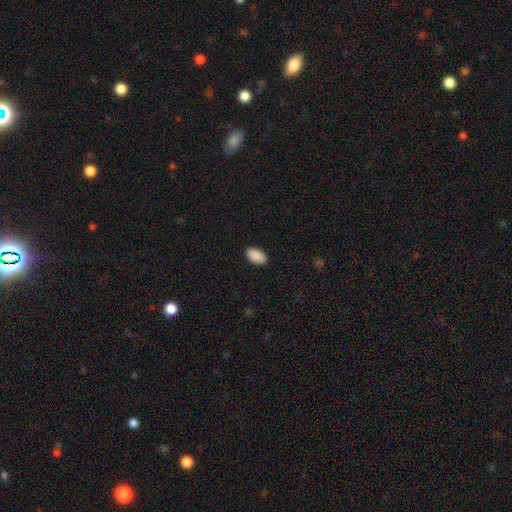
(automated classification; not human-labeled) A smooth galaxy with no disk features (91%) that is in between round and cigar-shaped (95%).

Vote fractions:
- Smooth or featured? smooth: 91% / star or artifact: 7% / featured or disk: 2%
- How rounded? in between: 95% / round: 3% / cigar-shaped: 2%
- Merging? none: 90% / minor disturbance: 7% / major disturbance: 2% / merger: 1%